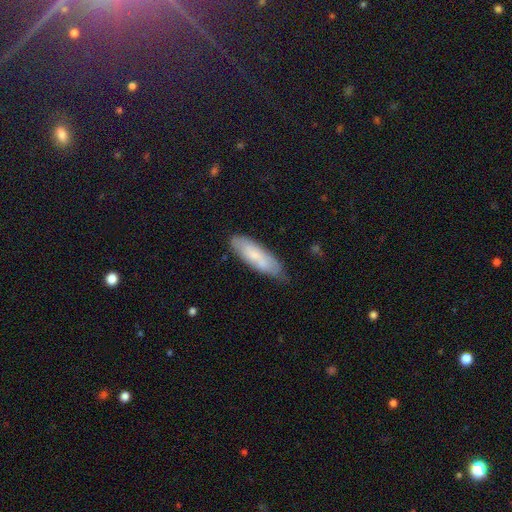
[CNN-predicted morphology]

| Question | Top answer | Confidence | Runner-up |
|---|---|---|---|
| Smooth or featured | smooth | 65% | featured or disk (28%) |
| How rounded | cigar-shaped | 51% | in between (48%) |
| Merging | none | 68% | minor disturbance (24%) |